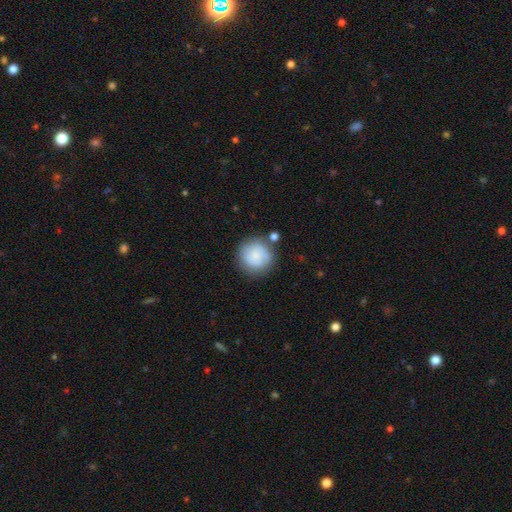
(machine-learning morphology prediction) smooth_or_featured: smooth (p=0.68) [alt: featured or disk p=0.24]
how_rounded: round (p=0.92) [alt: in between p=0.07]
merging: none (p=0.72) [alt: minor disturbance p=0.15]